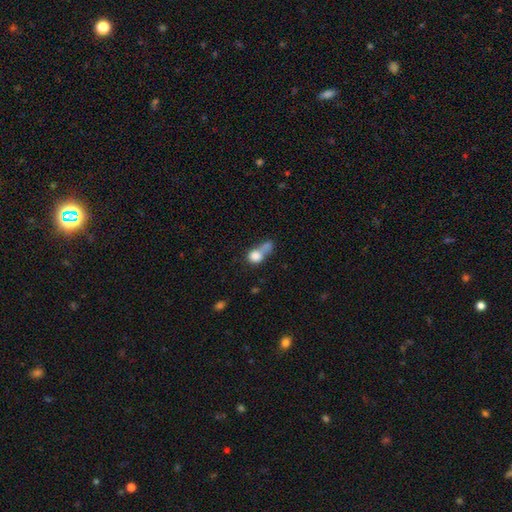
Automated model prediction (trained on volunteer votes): A smooth galaxy with no disk features (77%) that is round (61%).

Vote fractions:
- Smooth or featured? smooth: 77% / featured or disk: 13% / star or artifact: 10%
- How rounded? round: 61% / in between: 36% / cigar-shaped: 3%
- Merging? merger: 56% / none: 20% / major disturbance: 13% / minor disturbance: 11%